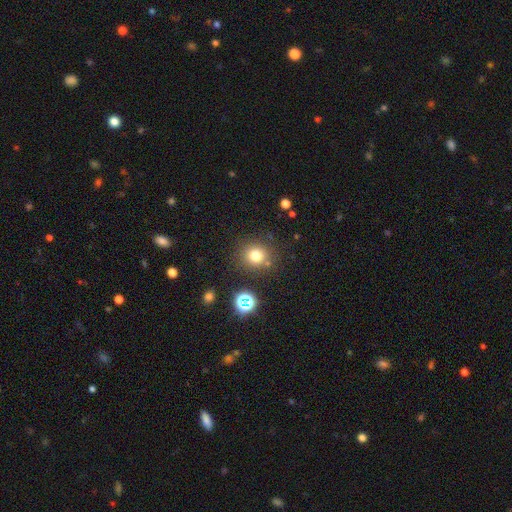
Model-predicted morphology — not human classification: Smooth or featured: smooth — 75% (star or artifact — 18%)
How rounded: round — 91% (in between — 9%)
Merging: none — 83% (minor disturbance — 8%)